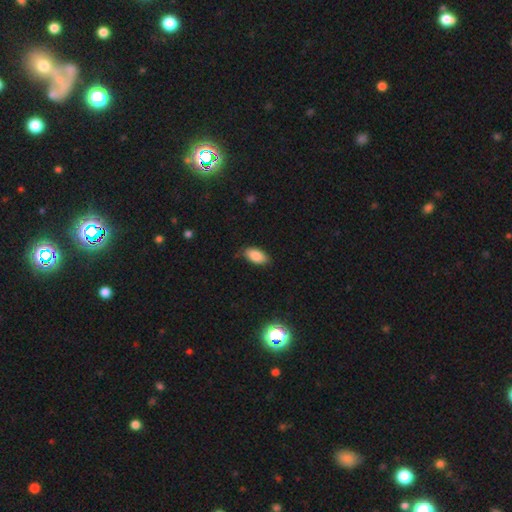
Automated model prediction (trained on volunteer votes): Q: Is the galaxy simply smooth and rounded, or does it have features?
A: smooth — 85%.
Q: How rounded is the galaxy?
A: in between — 93%.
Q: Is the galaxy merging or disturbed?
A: none — 80%.